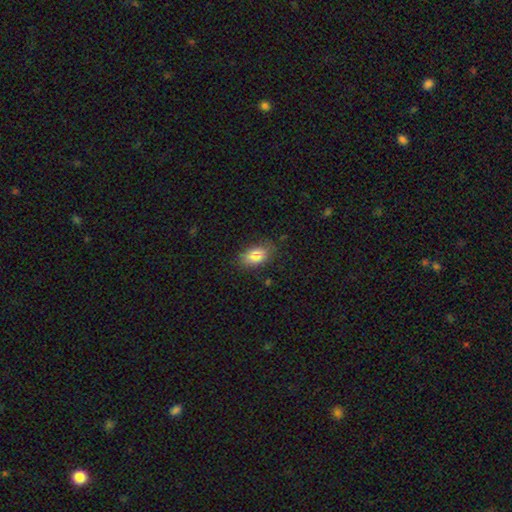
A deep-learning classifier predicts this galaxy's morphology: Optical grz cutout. It shows a smooth galaxy with no disk features (84%) that is in between round and cigar-shaped (89%). Merging: none (73%).